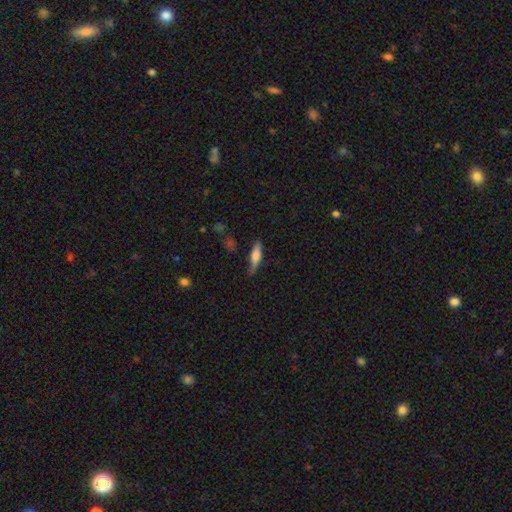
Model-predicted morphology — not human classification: The model was most divided on "smooth or featured": smooth: 55%, featured or disk: 38%, star or artifact: 7%. More confident: merging — none (69%); how rounded — cigar-shaped (64%).